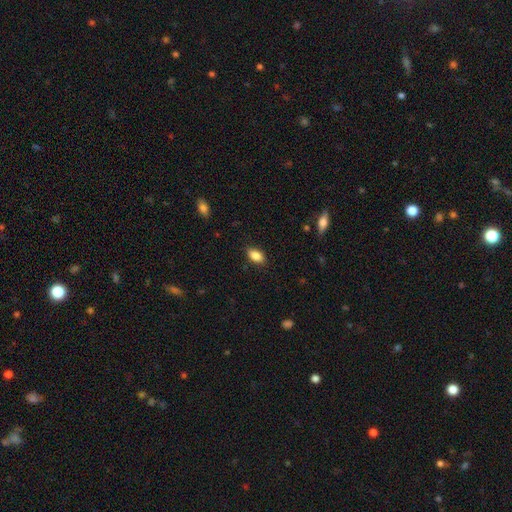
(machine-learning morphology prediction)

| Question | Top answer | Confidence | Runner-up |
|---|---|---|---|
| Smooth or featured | smooth | 87% | star or artifact (8%) |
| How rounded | in between | 90% | round (6%) |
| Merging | none | 84% | minor disturbance (12%) |